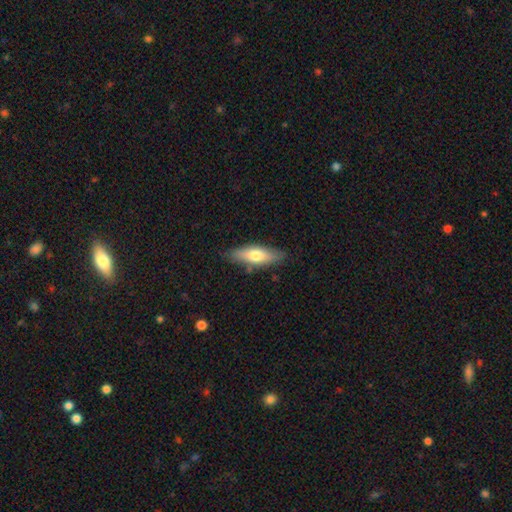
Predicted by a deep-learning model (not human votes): Smooth or featured? smooth (62%)
How rounded? in between (53%)
Merging? none (82%)